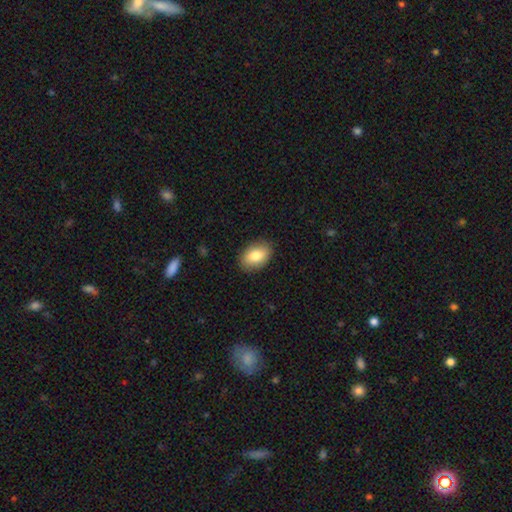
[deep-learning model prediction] smooth_or_featured: smooth (p=0.80) [alt: featured or disk p=0.13]
how_rounded: in between (p=0.87) [alt: round p=0.12]
merging: none (p=0.87) [alt: minor disturbance p=0.09]